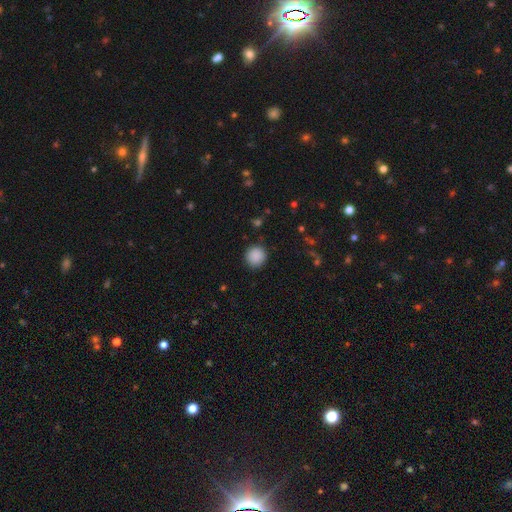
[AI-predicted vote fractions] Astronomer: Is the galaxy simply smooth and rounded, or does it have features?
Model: smooth — 88%.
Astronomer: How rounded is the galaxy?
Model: round — 94%.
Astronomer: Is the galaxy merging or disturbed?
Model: none — 90%.